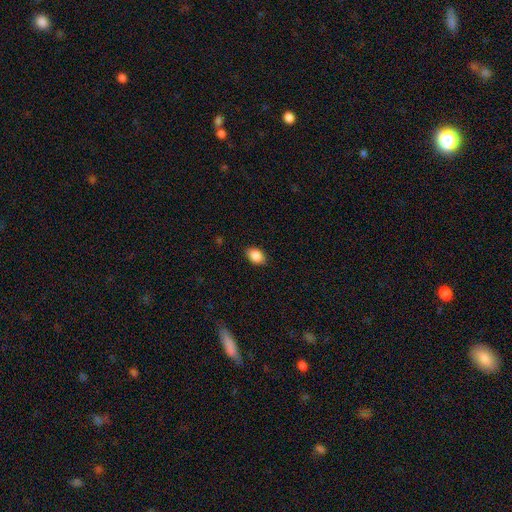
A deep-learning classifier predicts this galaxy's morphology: Overall: smooth (89%). How rounded: in between (80%). Merging: none (86%).